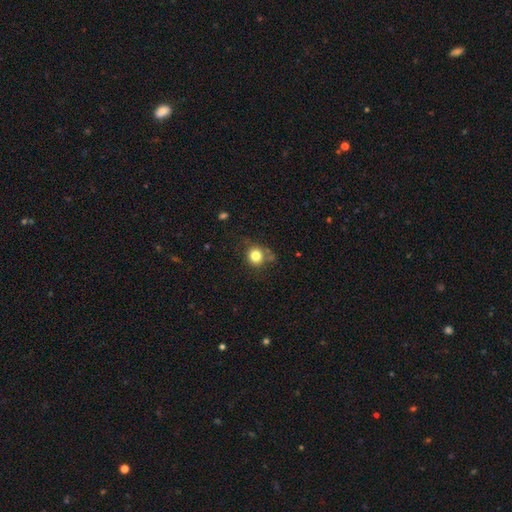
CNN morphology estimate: Smooth or featured? Predicted: smooth (p=0.80). How rounded? Predicted: round (p=0.84). Merging? Predicted: none (p=0.65).